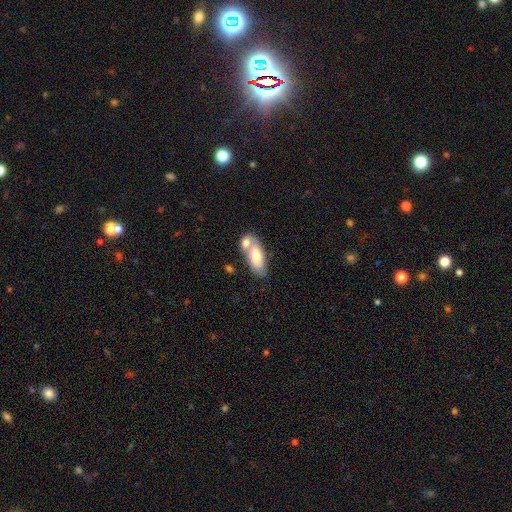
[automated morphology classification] This appears to be a smooth galaxy with no disk features (68%) that is in between round and cigar-shaped (85%). Merging: merger (49%).